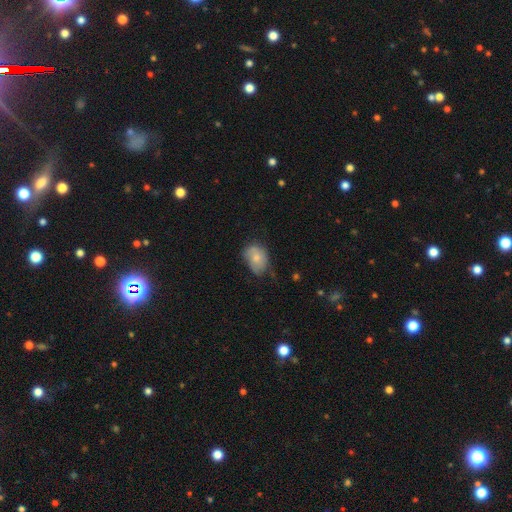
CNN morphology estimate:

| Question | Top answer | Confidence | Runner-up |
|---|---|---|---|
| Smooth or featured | smooth | 68% | featured or disk (24%) |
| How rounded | in between | 72% | round (27%) |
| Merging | none | 49% | minor disturbance (37%) |